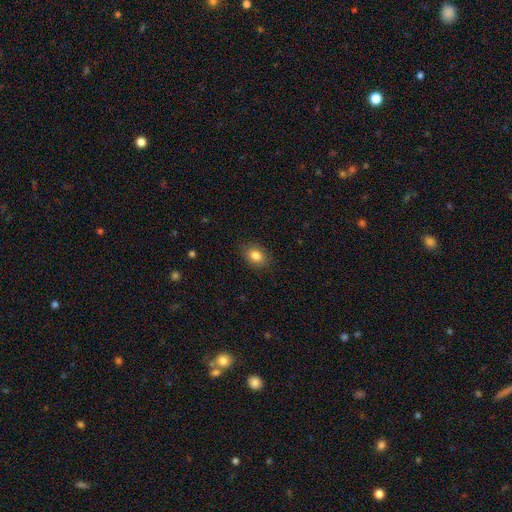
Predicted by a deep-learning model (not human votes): This appears to be a smooth galaxy with no disk features (84%) that is in between round and cigar-shaped (65%). Merging: none (85%).